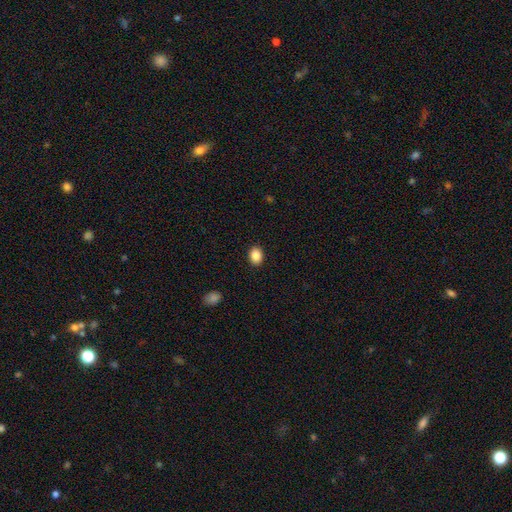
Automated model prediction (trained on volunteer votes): This is clearly a smooth galaxy (87%). How rounded: likely in between (65%). Merging: clearly none (91%).